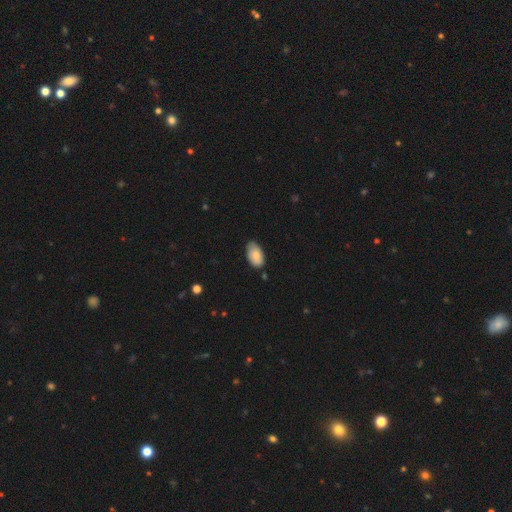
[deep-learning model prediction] Morphology: type=smooth (80%); roundness=in between (94%); merging=none (69%).